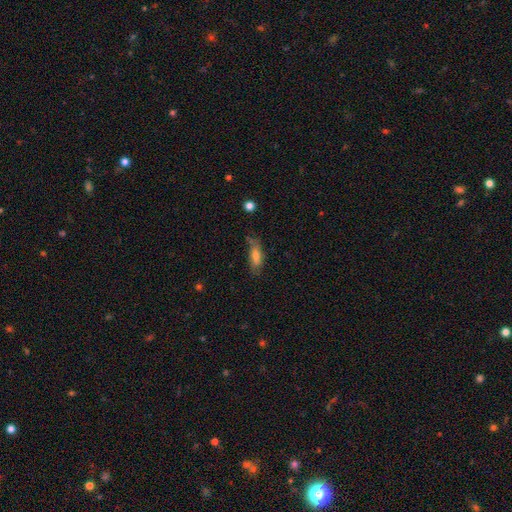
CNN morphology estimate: type=smooth (68%); roundness=in between (58%); merging=none (57%).